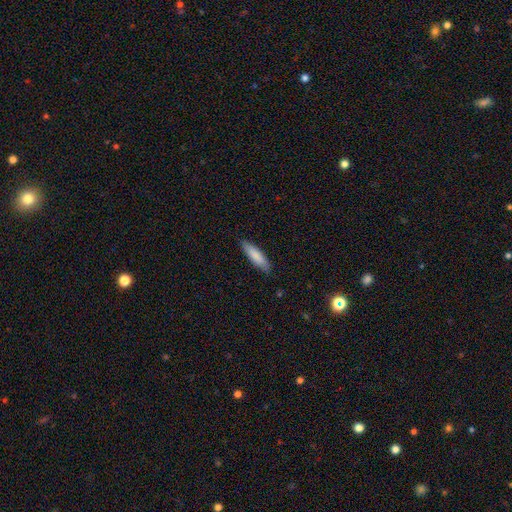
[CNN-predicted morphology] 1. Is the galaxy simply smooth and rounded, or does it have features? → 82% smooth, 12% featured or disk, 6% star or artifact.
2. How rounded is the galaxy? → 64% cigar-shaped, 35% in between, 1% round.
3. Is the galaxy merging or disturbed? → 85% none, 12% minor disturbance, 2% major disturbance, 1% merger.